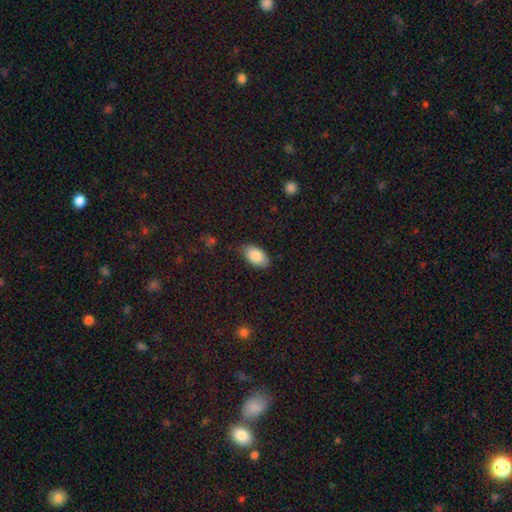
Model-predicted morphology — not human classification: Smooth or featured?
  - smooth: 85% *
  - featured or disk: 8%
  - star or artifact: 7%
How rounded?
  - in between: 94% *
  - round: 4%
  - cigar-shaped: 2%
Merging?
  - none: 82% *
  - minor disturbance: 14%
  - major disturbance: 3%
  - merger: 1%